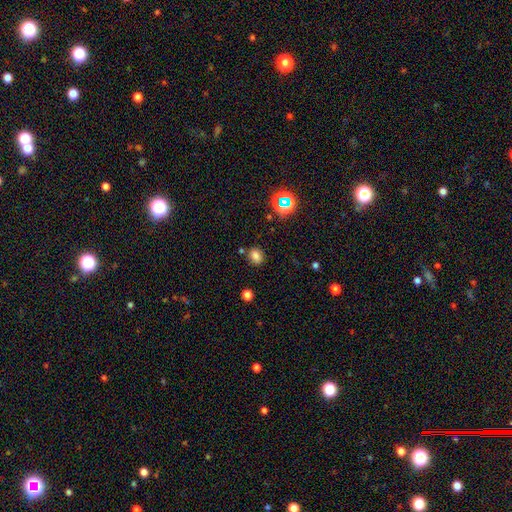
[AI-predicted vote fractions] Q: Smooth or featured?
A: smooth (76%); runner-up: star or artifact (18%)
Q: How rounded?
A: round (50%); runner-up: in between (49%)
Q: Merging?
A: none (79%); runner-up: minor disturbance (11%)